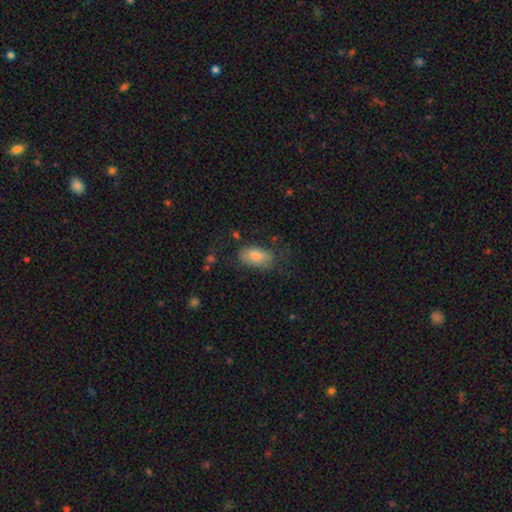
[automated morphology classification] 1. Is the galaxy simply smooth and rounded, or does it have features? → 78% smooth, 13% featured or disk, 8% star or artifact.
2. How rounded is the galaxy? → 91% in between, 5% round, 4% cigar-shaped.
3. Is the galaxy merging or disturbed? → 63% none, 23% minor disturbance, 11% major disturbance, 2% merger.